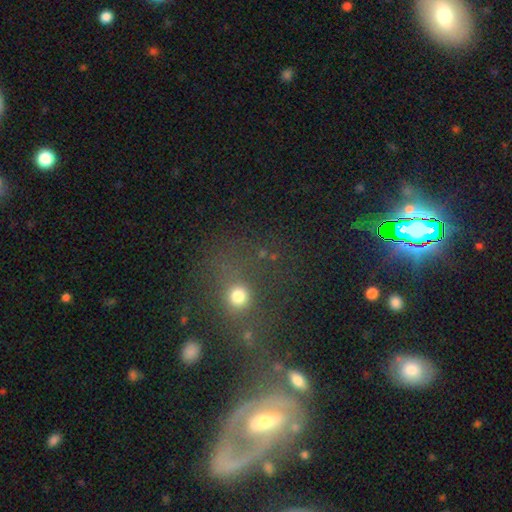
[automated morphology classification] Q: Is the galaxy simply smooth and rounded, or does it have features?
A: star or artifact — 35%.